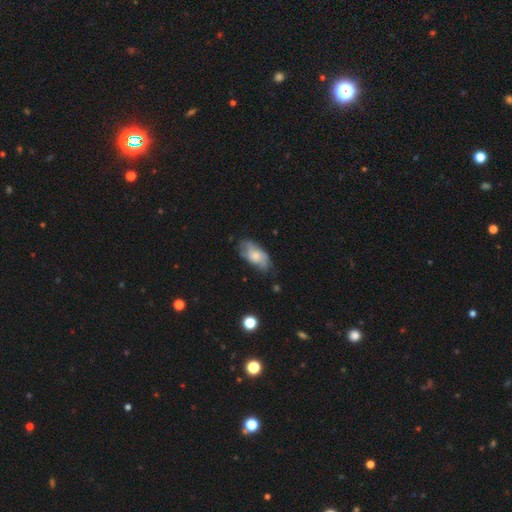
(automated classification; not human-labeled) Morphology: type=smooth (56%); roundness=in between (91%); merging=none (58%).